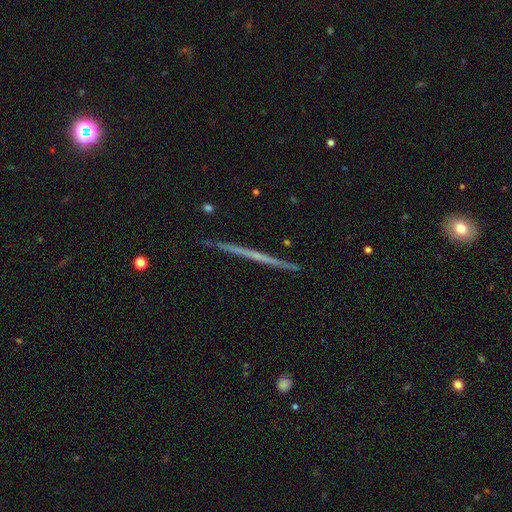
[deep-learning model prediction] smooth_or_featured: featured or disk (p=0.67) [alt: smooth p=0.27]
disk_edge_on: yes (p=0.98) [alt: no p=0.02]
edge_on_bulge: none (p=0.86) [alt: rounded p=0.10]
merging: none (p=0.92) [alt: minor disturbance p=0.06]